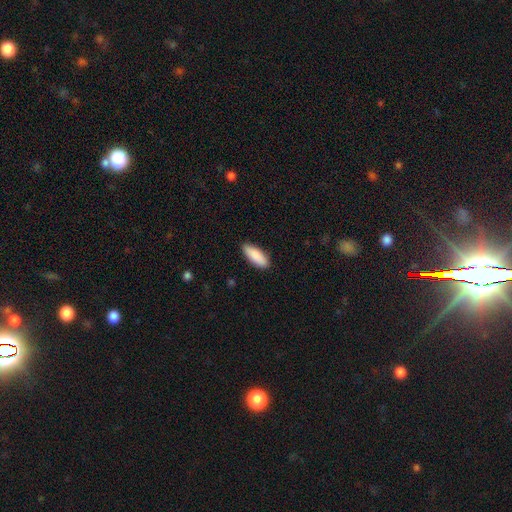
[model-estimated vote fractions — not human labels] A smooth galaxy with no disk features (89%) that is in between round and cigar-shaped (71%). Merging: none (88%).